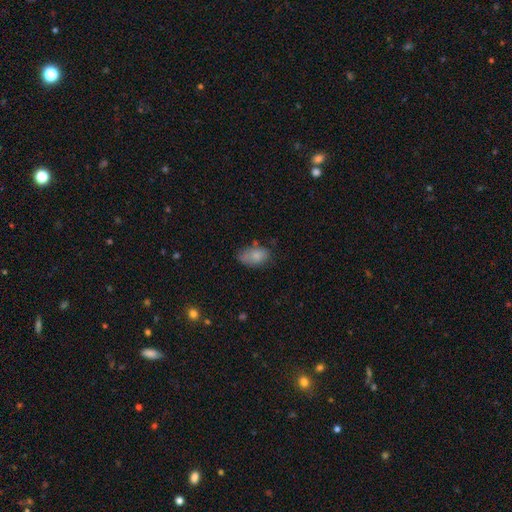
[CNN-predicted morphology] smooth_or_featured: smooth (p=0.80) [alt: featured or disk p=0.12]
how_rounded: in between (p=0.90) [alt: round p=0.09]
merging: none (p=0.55) [alt: minor disturbance p=0.31]